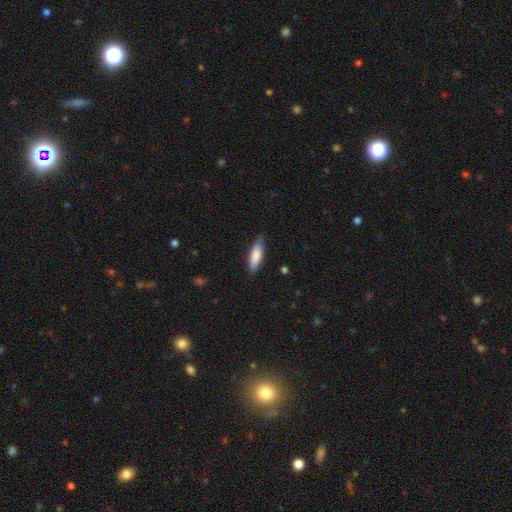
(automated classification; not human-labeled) Overall: smooth (77%). How rounded: cigar-shaped (54%; in between 44%). Merging: none (83%).